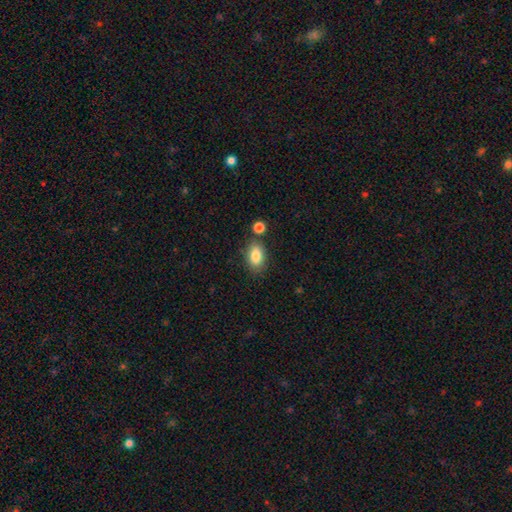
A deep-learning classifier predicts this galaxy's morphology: This is clearly a smooth galaxy (86%). How rounded: clearly in between (88%). Merging: likely none (74%).